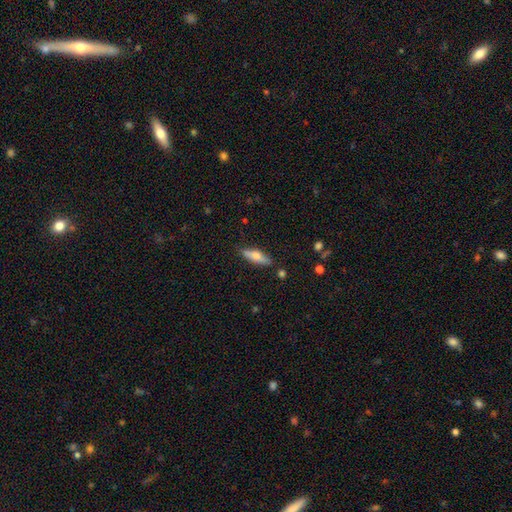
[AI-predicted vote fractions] Smooth or featured?
  - smooth: 61% *
  - featured or disk: 32%
  - star or artifact: 6%
How rounded?
  - cigar-shaped: 54% *
  - in between: 44%
  - round: 2%
Merging?
  - none: 82% *
  - minor disturbance: 13%
  - major disturbance: 2%
  - merger: 2%